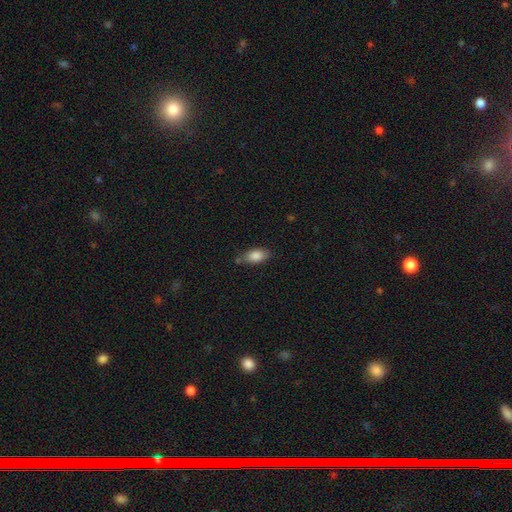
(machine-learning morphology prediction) smooth-or-featured: smooth: 85% | featured or disk: 8% | star or artifact: 7%
  how-rounded: in between: 89% | cigar-shaped: 7% | round: 4%
  merging: none: 72% | minor disturbance: 18% | merger: 6% | major disturbance: 4%